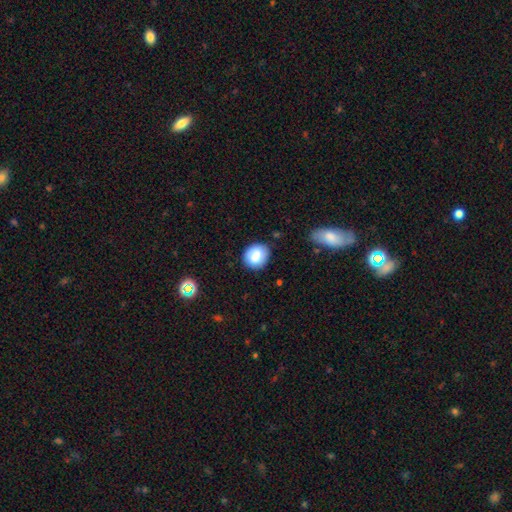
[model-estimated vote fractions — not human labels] Smooth or featured: smooth — 80% (featured or disk — 12%)
How rounded: round — 68% (in between — 31%)
Merging: none — 82% (minor disturbance — 13%)